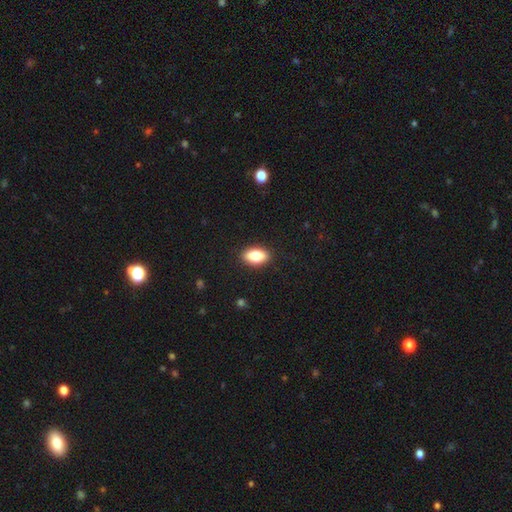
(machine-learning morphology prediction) Smooth or featured? smooth (84%)
How rounded? in between (90%)
Merging? none (89%)